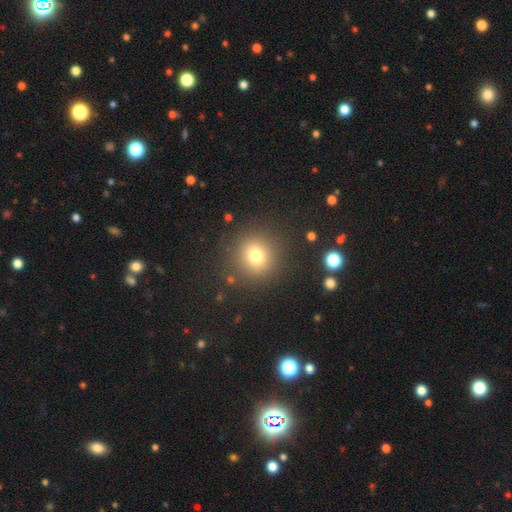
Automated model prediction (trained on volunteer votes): Smooth or featured? Predicted: smooth (p=0.74). How rounded? Predicted: round (p=0.91). Merging? Predicted: none (p=0.86).